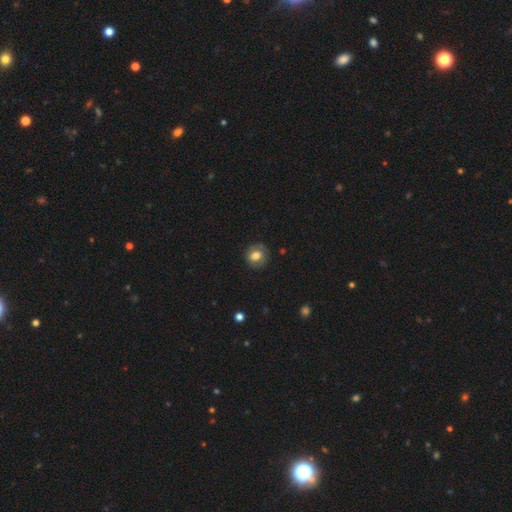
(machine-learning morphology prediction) A smooth galaxy with no disk features (75%) that is round (75%).

Vote fractions:
- Smooth or featured? smooth: 75% / featured or disk: 16% / star or artifact: 9%
- How rounded? round: 75% / in between: 24% / cigar-shaped: 1%
- Merging? none: 80% / minor disturbance: 15% / major disturbance: 4% / merger: 1%